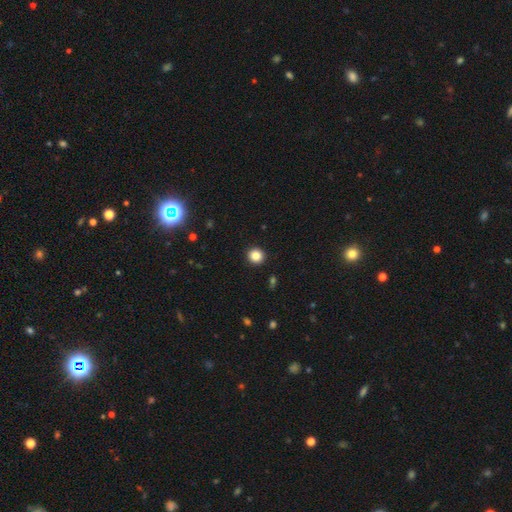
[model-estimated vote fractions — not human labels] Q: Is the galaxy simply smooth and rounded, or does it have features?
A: smooth — 85%.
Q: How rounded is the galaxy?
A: round — 92%.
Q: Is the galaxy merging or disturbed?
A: none — 93%.